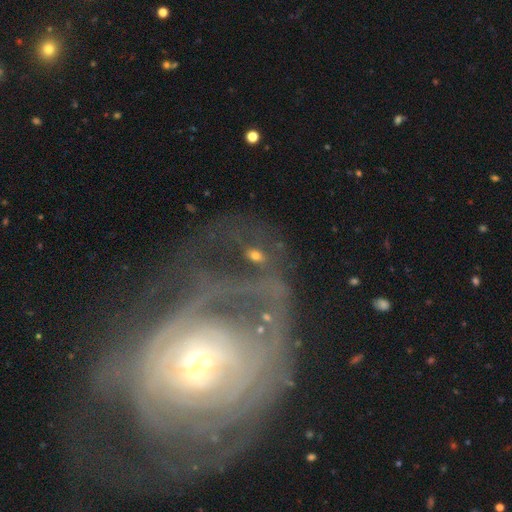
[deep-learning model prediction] Morphology: type=featured or disk (57%); edge-on=no (91%); bar=no (41%); spiral arms=yes (73%); bulge=moderate (47%); merging=none (55%).